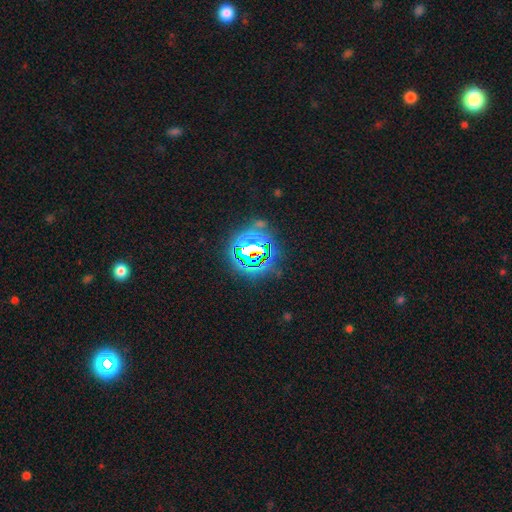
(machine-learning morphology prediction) smooth-or-featured: star or artifact: 81% | smooth: 12% | featured or disk: 7%